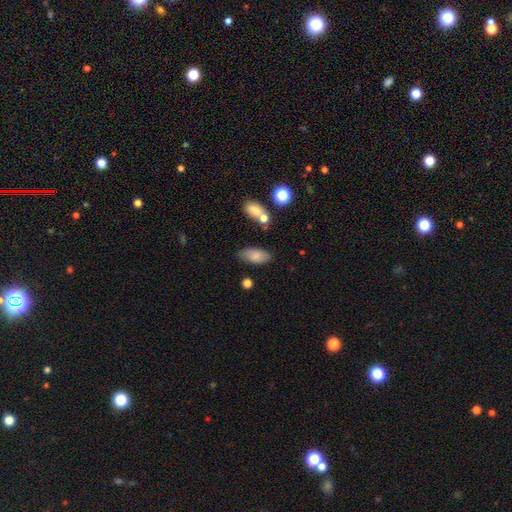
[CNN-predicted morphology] smooth_or_featured: smooth (p=0.81) [alt: featured or disk p=0.11]
how_rounded: in between (p=0.90) [alt: cigar-shaped p=0.07]
merging: none (p=0.75) [alt: minor disturbance p=0.16]